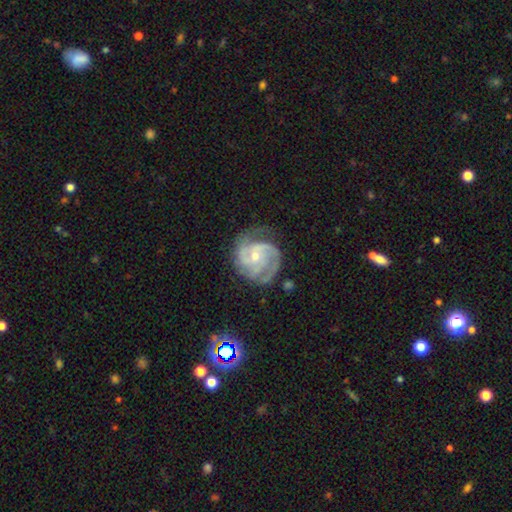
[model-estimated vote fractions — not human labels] This appears to be a featured or disk galaxy (90%) with no bar (66%), 3 (52%) tight (55%) spiral arms (98%) and a small central bulge (60%). Merging: none (71%).